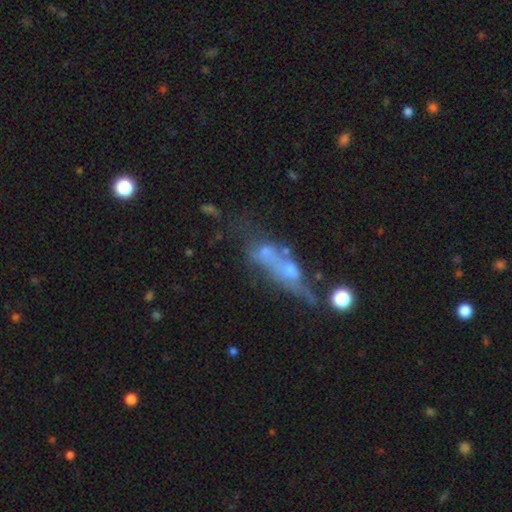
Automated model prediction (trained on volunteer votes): The model was most divided on "merging" (2-way tie): none: 30%, merger: 30%, major disturbance: 23%, minor disturbance: 17%. Remaining: smooth or featured — featured or disk (49%).